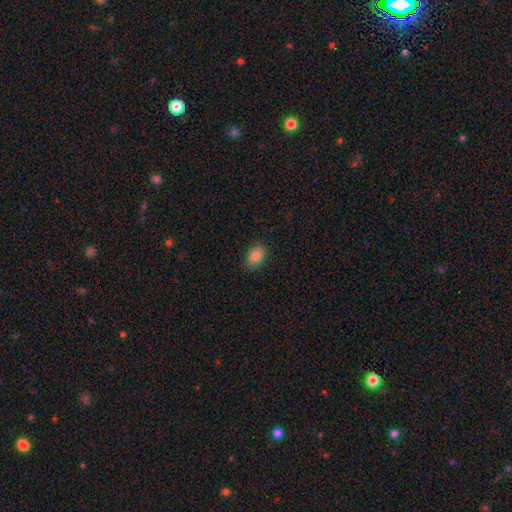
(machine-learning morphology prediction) Overall: smooth (84%). How rounded: in between (79%). Merging: none (87%).